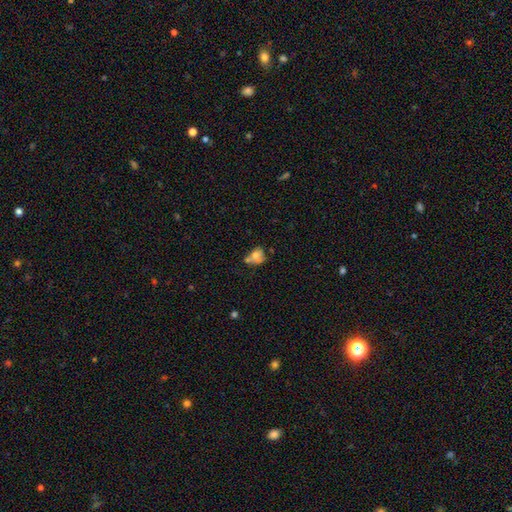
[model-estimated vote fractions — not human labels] smooth 67%, featured or disk 22%, star or artifact 11%. Down the decision tree: how rounded — round (49%, tied with in between); merging — none (33%).